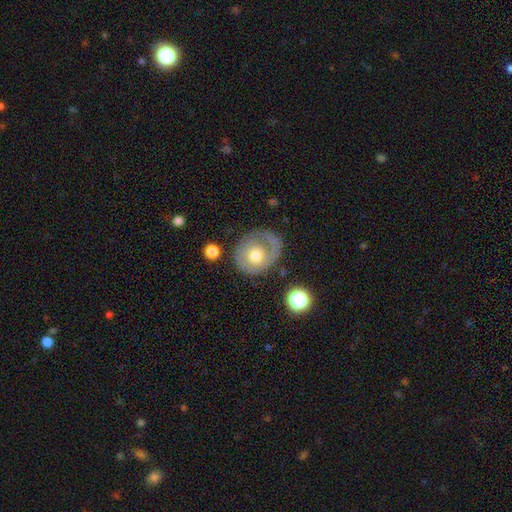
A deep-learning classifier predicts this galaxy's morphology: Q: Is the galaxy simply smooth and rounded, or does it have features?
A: featured or disk — 48%.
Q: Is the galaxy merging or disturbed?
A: none — 59%.